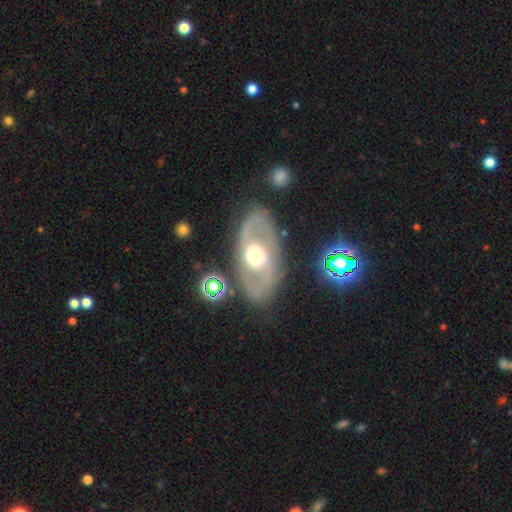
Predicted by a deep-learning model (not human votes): This appears to be a featured or disk galaxy (72%) with no bar (69%), no spiral arms (51%) and a moderate central bulge (67%). Merging: none (79%).